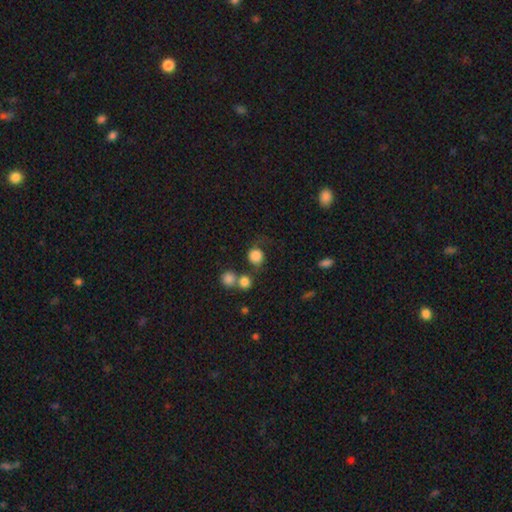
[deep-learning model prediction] smooth-or-featured: smooth: 82% | star or artifact: 9% | featured or disk: 8%
  how-rounded: round: 84% | in between: 15% | cigar-shaped: 1%
  merging: none: 49% | merger: 20% | minor disturbance: 18% | major disturbance: 13%